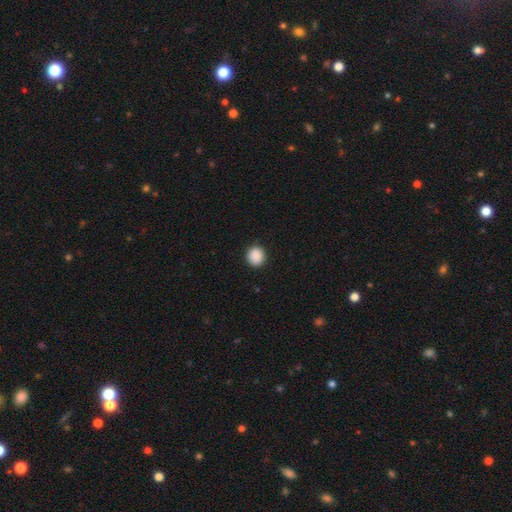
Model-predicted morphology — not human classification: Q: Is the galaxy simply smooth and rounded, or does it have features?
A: smooth — 90%.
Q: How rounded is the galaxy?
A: round — 90%.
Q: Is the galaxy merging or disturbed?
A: none — 91%.